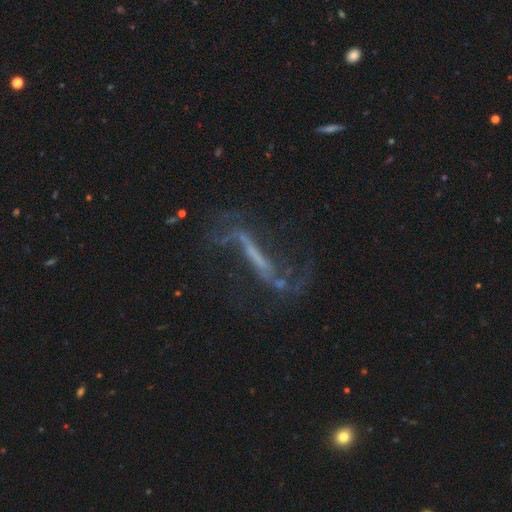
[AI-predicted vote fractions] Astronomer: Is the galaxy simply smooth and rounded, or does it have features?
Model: featured or disk — 74%.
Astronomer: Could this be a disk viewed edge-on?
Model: no — 68%.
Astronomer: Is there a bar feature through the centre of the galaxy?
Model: strong — 64%.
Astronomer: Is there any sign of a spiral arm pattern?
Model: yes — 77%.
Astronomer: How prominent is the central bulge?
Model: none — 59%.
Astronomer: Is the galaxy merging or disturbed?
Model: none — 53%.